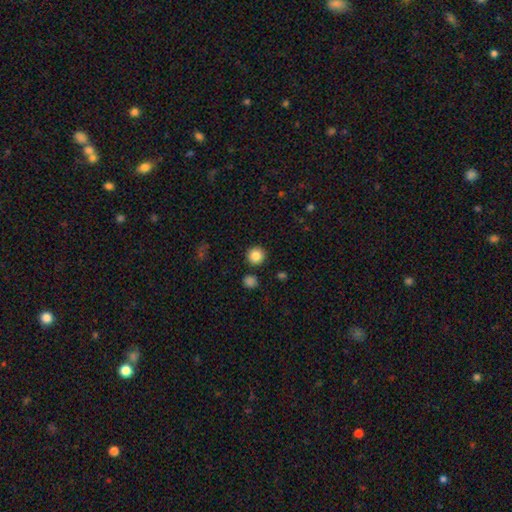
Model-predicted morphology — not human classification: Overall: smooth (85%). How rounded: round (95%). Merging: none (91%).